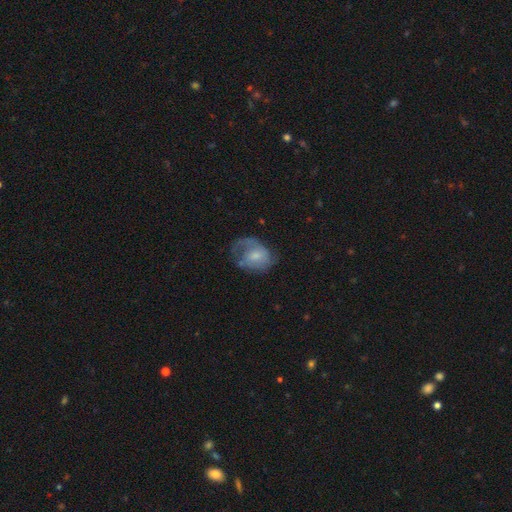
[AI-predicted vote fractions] Morphology: type=featured or disk (55%); edge-on=no (97%); bar=no (61%); spiral arms=yes (75%); bulge=small (39%, tied with moderate); merging=none (40%).